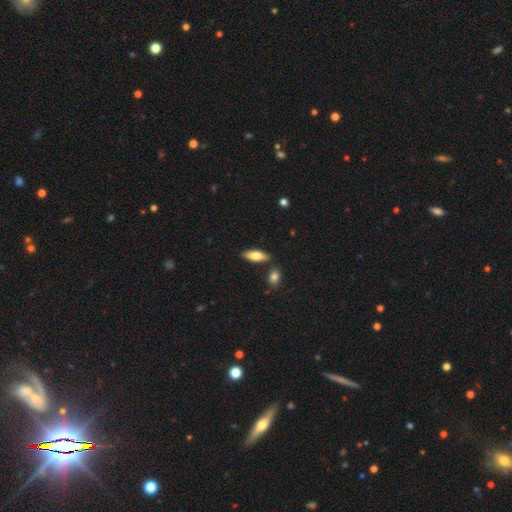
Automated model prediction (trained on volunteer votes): smooth_or_featured: smooth (p=0.74) [alt: featured or disk p=0.20]
how_rounded: in between (p=0.64) [alt: cigar-shaped p=0.34]
merging: none (p=0.81) [alt: minor disturbance p=0.10]